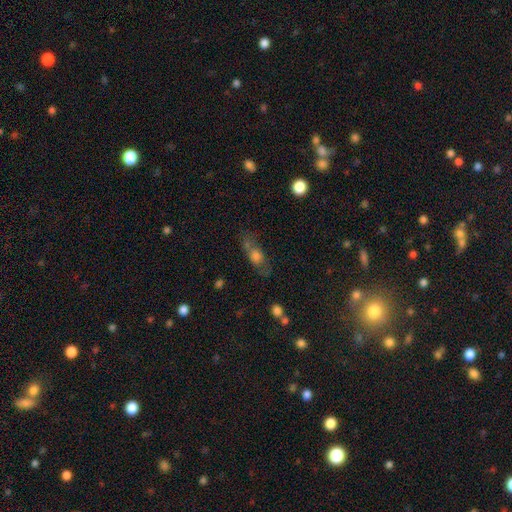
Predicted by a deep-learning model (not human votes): A smooth galaxy with no disk features (59%) that is in between round and cigar-shaped (57%). Merging: none (51%).